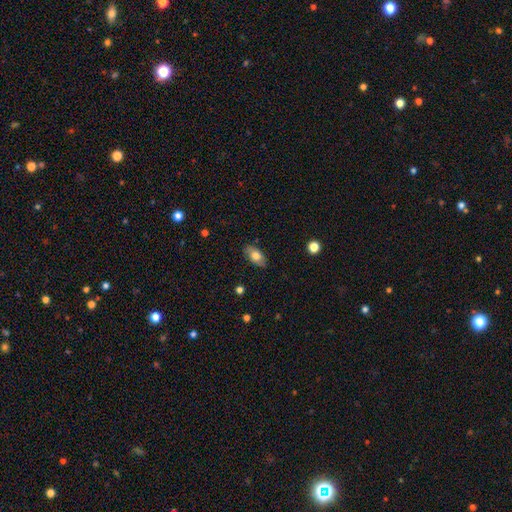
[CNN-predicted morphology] smooth 71%, featured or disk 22%, star or artifact 7%. Down the decision tree: how rounded — in between (91%); merging — none (84%).